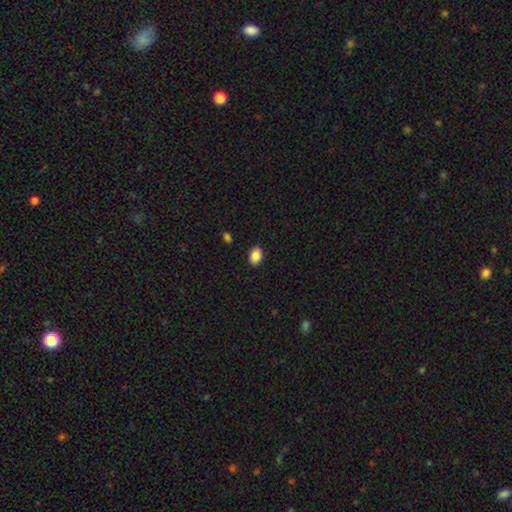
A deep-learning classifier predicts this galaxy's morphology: Q: Smooth or featured?
A: smooth (88%); runner-up: star or artifact (8%)
Q: How rounded?
A: in between (76%); runner-up: round (23%)
Q: Merging?
A: none (88%); runner-up: minor disturbance (9%)